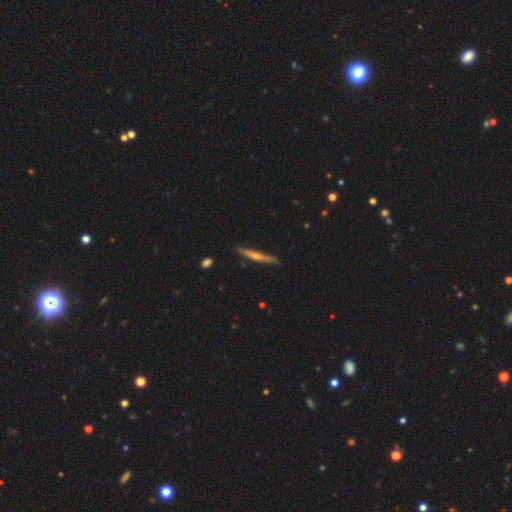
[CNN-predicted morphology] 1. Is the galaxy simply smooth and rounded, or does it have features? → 65% featured or disk, 29% smooth, 6% star or artifact.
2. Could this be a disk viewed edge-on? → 97% yes, 3% no.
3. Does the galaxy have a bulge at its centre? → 71% rounded, 25% none, 4% boxy.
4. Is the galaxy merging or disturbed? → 90% none, 7% minor disturbance, 1% major disturbance, 1% merger.